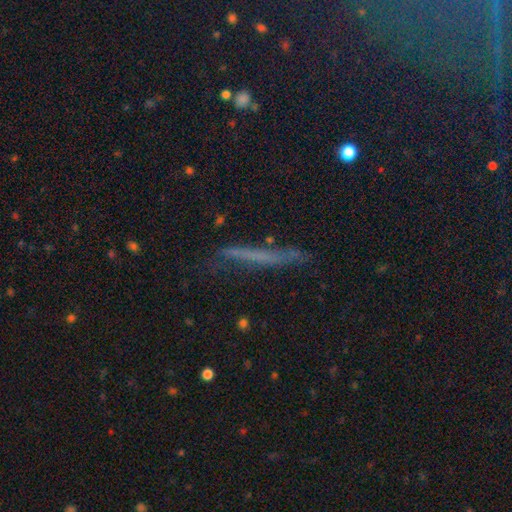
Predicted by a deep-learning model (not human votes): smooth-or-featured: featured or disk: 39% (tied) | smooth: 39% (tied) | star or artifact: 22%
  merging: none: 70% | minor disturbance: 19% | major disturbance: 8% | merger: 3%